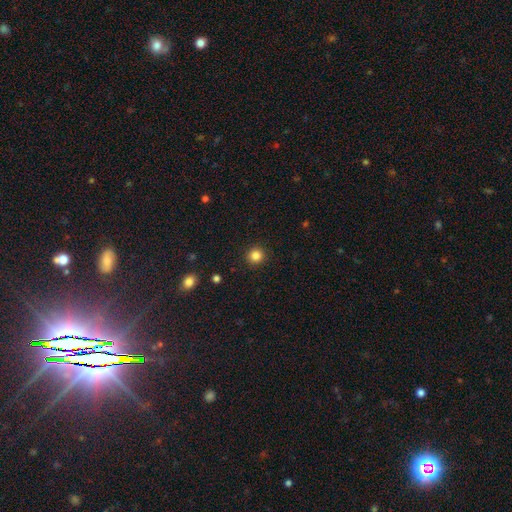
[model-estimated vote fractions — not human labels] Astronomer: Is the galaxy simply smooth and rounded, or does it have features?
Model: smooth — 84%.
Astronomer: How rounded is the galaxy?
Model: round — 93%.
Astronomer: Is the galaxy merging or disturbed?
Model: none — 92%.